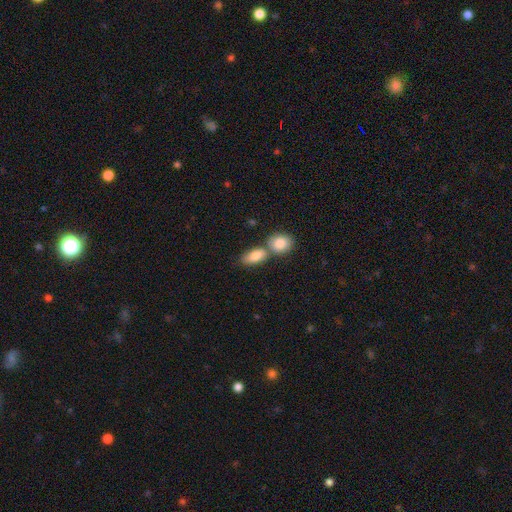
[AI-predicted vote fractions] Smooth or featured?
  - smooth: 84% *
  - featured or disk: 9%
  - star or artifact: 7%
How rounded?
  - in between: 85% *
  - round: 9%
  - cigar-shaped: 6%
Merging?
  - merger: 45% *
  - none: 42%
  - minor disturbance: 10%
  - major disturbance: 4%